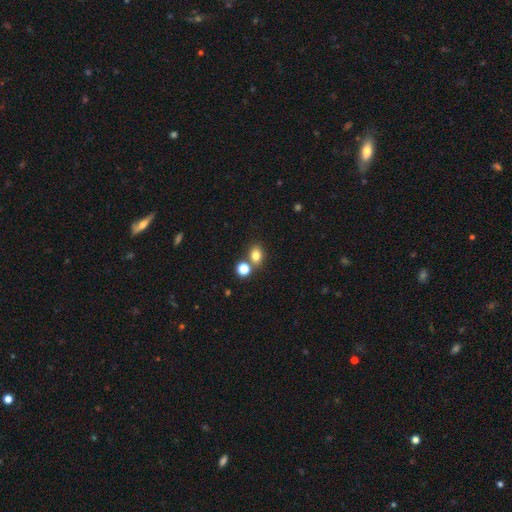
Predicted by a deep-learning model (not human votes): This appears to be a smooth galaxy with no disk features (80%) that is in between round and cigar-shaped (54%). Merging: none (64%).